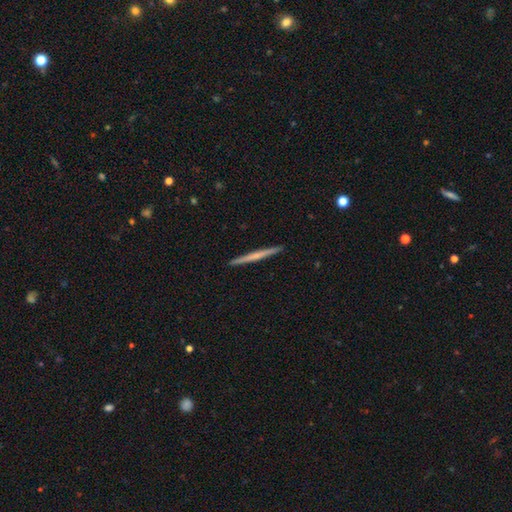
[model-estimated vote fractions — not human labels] A featured or disk galaxy (54%) viewed edge-on (98%) with no central bulge (66%).

Vote fractions:
- Smooth or featured? featured or disk: 54% / smooth: 41% / star or artifact: 5%
- Edge-on disk? yes: 98% / no: 2%
- Edge-on bulge? none: 66% / rounded: 28% / boxy: 6%
- Merging? none: 93% / minor disturbance: 5% / major disturbance: 1% / merger: 1%